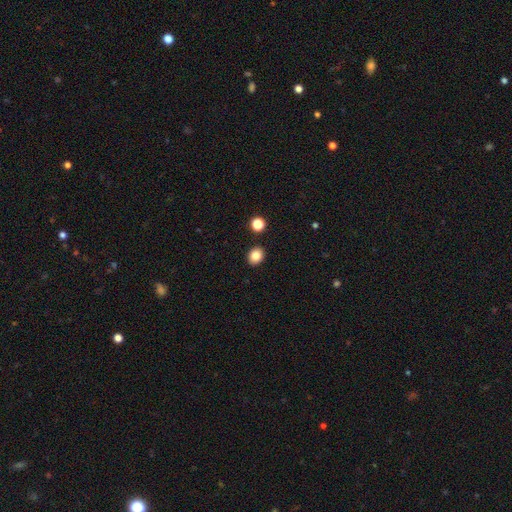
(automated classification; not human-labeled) smooth-or-featured: smooth: 84% | star or artifact: 10% | featured or disk: 6%
  how-rounded: round: 58% | in between: 41% | cigar-shaped: 1%
  merging: none: 89% | minor disturbance: 6% | merger: 3% | major disturbance: 2%